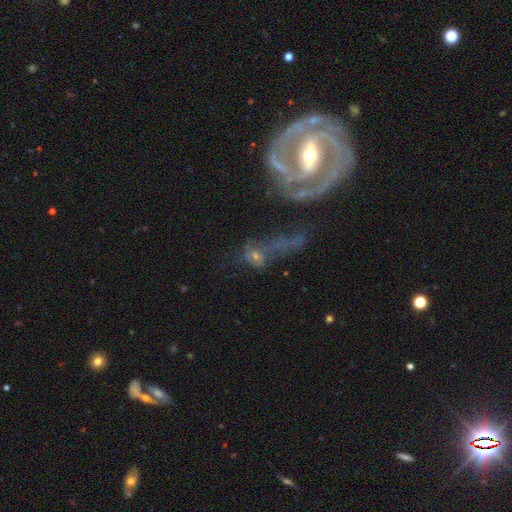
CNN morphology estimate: Smooth or featured? Predicted: featured or disk (p=0.72). Edge-on disk? Predicted: no (p=0.90). Bar? Predicted: no (p=0.35). Spiral arms? Predicted: yes (p=0.73). Bulge size? Predicted: moderate (p=0.53). Merging? Predicted: none (p=0.39).